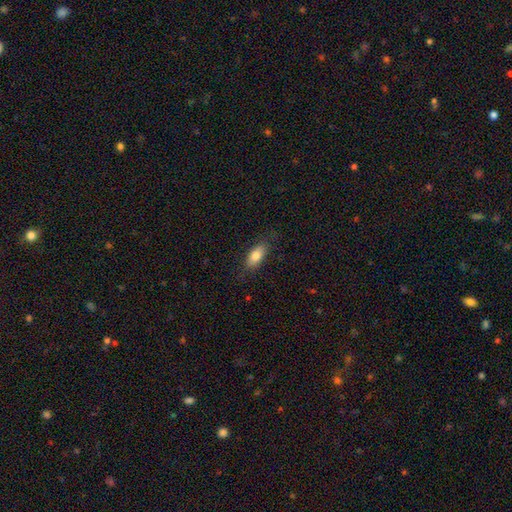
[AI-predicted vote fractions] This appears to be a smooth galaxy with no disk features (80%) that is in between round and cigar-shaped (87%). Merging: none (81%).